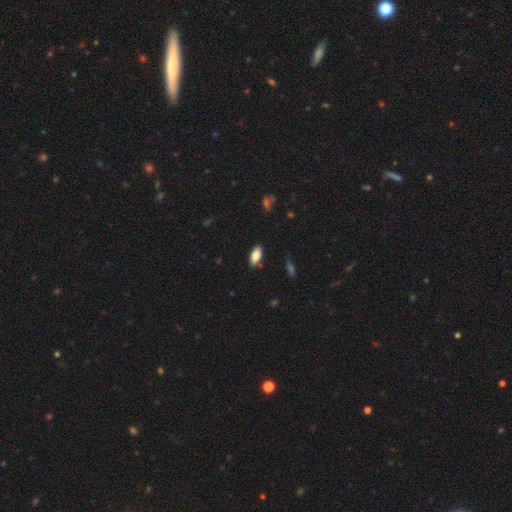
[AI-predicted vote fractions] smooth 82%, featured or disk 10%, star or artifact 7%. Down the decision tree: how rounded — in between (87%); merging — none (84%).